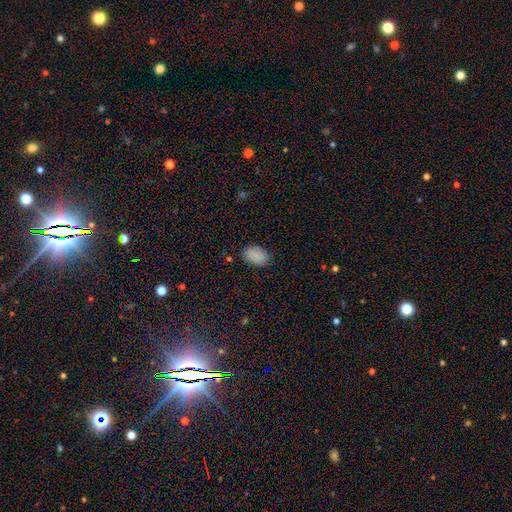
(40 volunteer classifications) A smooth galaxy with no disk features (95%) that is in between round and cigar-shaped (89%). Merging: none (90%).